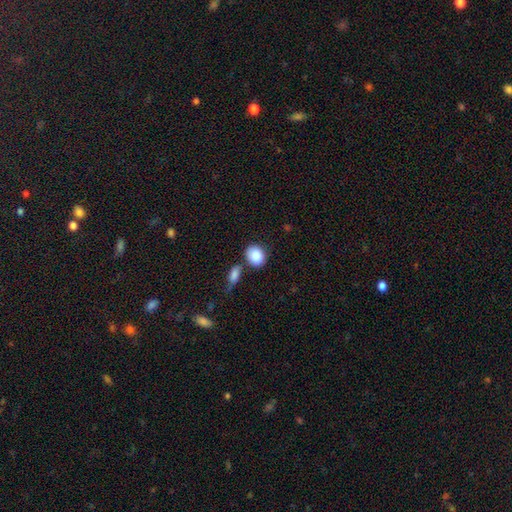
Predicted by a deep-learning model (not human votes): smooth_or_featured: smooth (p=0.88) [alt: star or artifact p=0.07]
how_rounded: round (p=0.53) [alt: in between p=0.46]
merging: none (p=0.63) [alt: merger p=0.17]